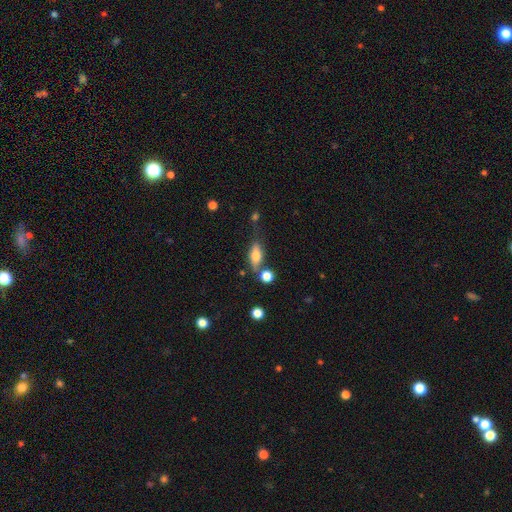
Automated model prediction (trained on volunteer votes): Q: Smooth or featured?
A: smooth (63%); runner-up: featured or disk (29%)
Q: How rounded?
A: in between (72%); runner-up: cigar-shaped (22%)
Q: Merging?
A: none (63%); runner-up: minor disturbance (18%)